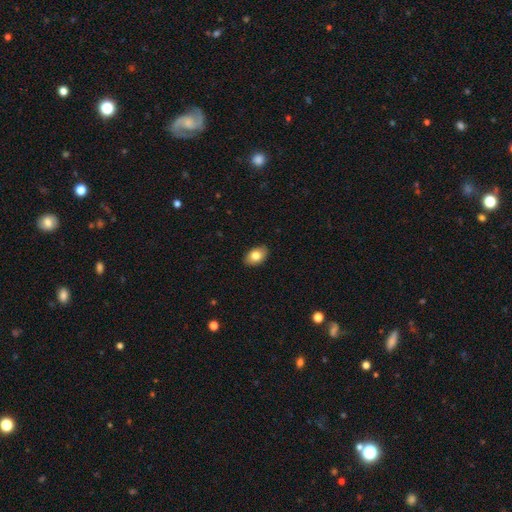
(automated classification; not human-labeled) Q: Smooth or featured?
A: smooth (81%); runner-up: featured or disk (12%)
Q: How rounded?
A: in between (87%); runner-up: round (12%)
Q: Merging?
A: none (87%); runner-up: minor disturbance (10%)